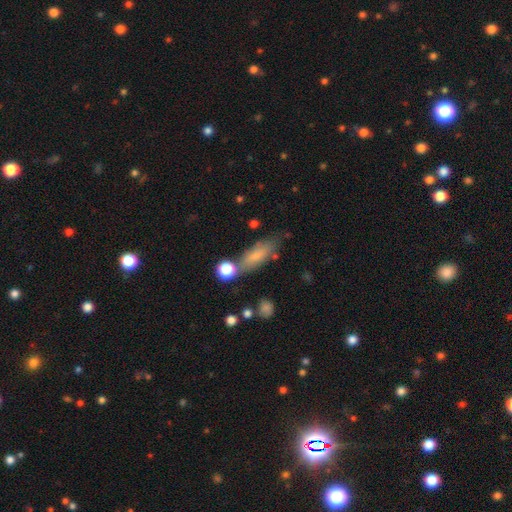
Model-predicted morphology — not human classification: smooth_or_featured: smooth (p=0.71) [alt: featured or disk p=0.20]
how_rounded: in between (p=0.58) [alt: cigar-shaped p=0.38]
merging: none (p=0.61) [alt: minor disturbance p=0.20]